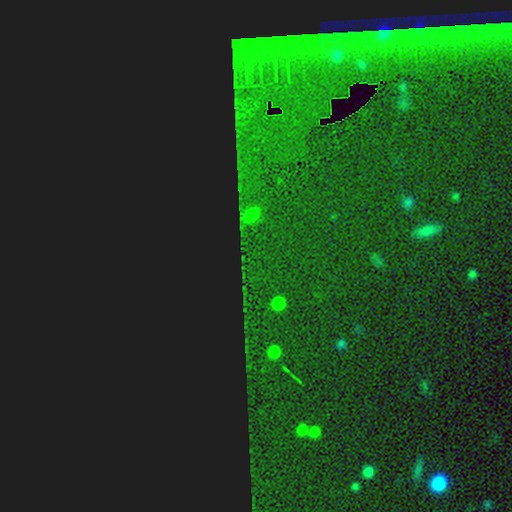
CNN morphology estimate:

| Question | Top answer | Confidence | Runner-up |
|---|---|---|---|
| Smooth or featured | star or artifact | 83% | smooth (8%) |